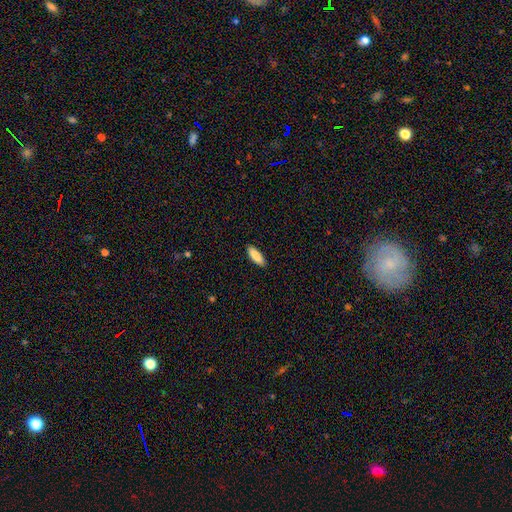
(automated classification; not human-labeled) A smooth galaxy with no disk features (88%) that is in between round and cigar-shaped (58%).

Vote fractions:
- Smooth or featured? smooth: 88% / featured or disk: 7% / star or artifact: 6%
- How rounded? in between: 58% / cigar-shaped: 40% / round: 2%
- Merging? none: 90% / minor disturbance: 8% / major disturbance: 2% / merger: 1%